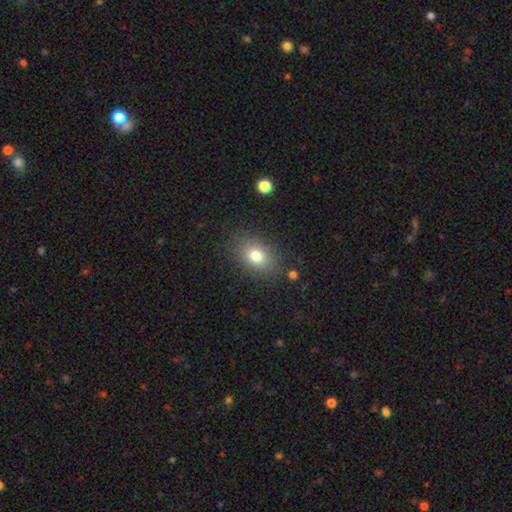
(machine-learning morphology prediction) Smooth or featured?
  - smooth: 78% *
  - featured or disk: 11%
  - star or artifact: 11%
How rounded?
  - in between: 76% *
  - round: 23%
  - cigar-shaped: 2%
Merging?
  - none: 83% *
  - minor disturbance: 11%
  - major disturbance: 4%
  - merger: 2%